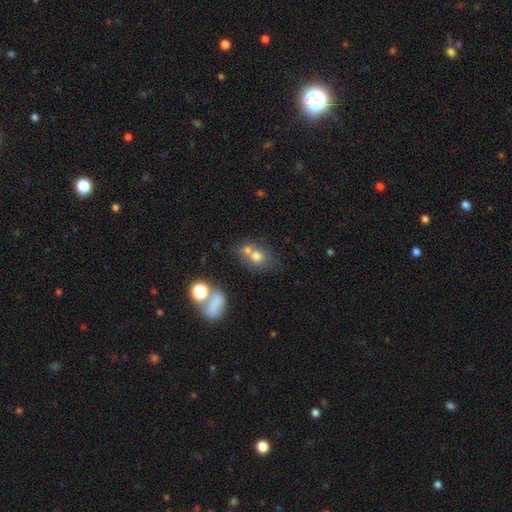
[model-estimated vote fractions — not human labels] The model was most divided on "merging" (2-way tie): merger: 41%, none: 41%, minor disturbance: 12%, major disturbance: 6%. More confident: smooth or featured — smooth (69%); how rounded — round (56%).